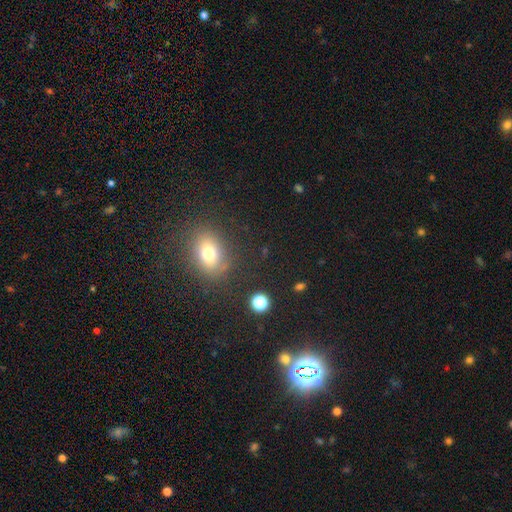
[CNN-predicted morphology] Overall: smooth (61%; star or artifact 28%). How rounded: in between (62%; round 36%). Merging: none (87%).